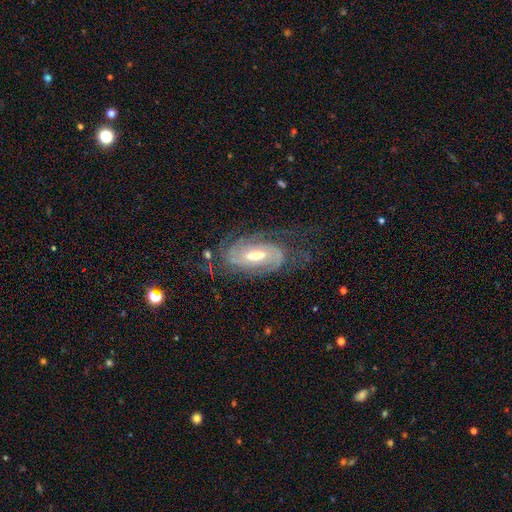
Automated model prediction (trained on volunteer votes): Q: Smooth or featured?
A: featured or disk (86%); runner-up: smooth (9%)
Q: Edge-on disk?
A: no (94%); runner-up: yes (6%)
Q: Bar?
A: weak (51%); runner-up: strong (25%)
Q: Spiral arms?
A: yes (95%); runner-up: no (5%)
Q: Spiral winding?
A: tight (55%); runner-up: medium (34%)
Q: Spiral arm count?
A: 2 (43%); runner-up: can't tell (27%)
Q: Bulge size?
A: moderate (64%); runner-up: small (26%)
Q: Merging?
A: none (64%); runner-up: minor disturbance (19%)